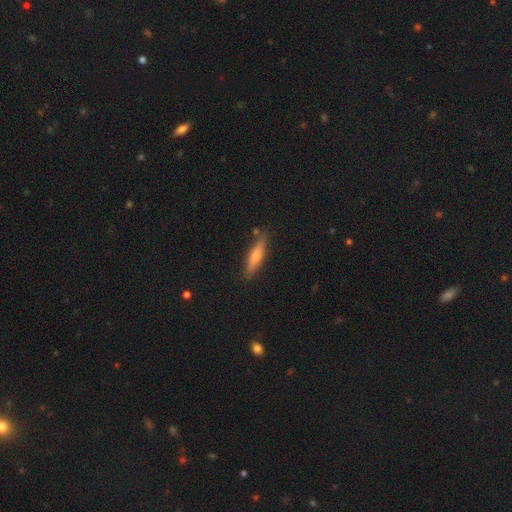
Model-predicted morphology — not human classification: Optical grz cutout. It shows a smooth galaxy with no disk features (61%) that is cigar-shaped (75%). Merging: none (81%).